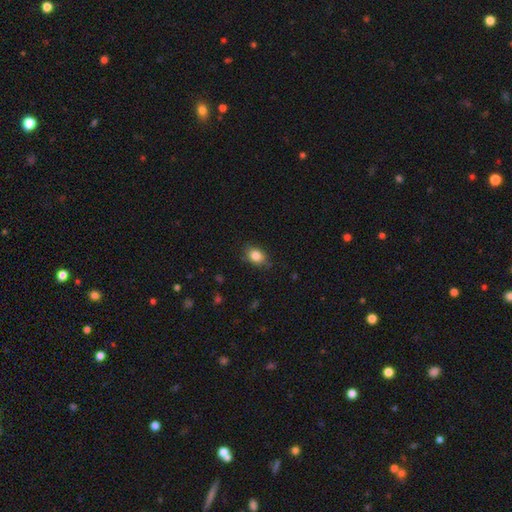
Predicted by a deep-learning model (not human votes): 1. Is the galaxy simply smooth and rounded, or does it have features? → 85% smooth, 9% star or artifact, 7% featured or disk.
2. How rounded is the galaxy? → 74% in between, 24% round, 2% cigar-shaped.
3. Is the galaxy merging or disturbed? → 77% none, 18% minor disturbance, 3% major disturbance, 1% merger.